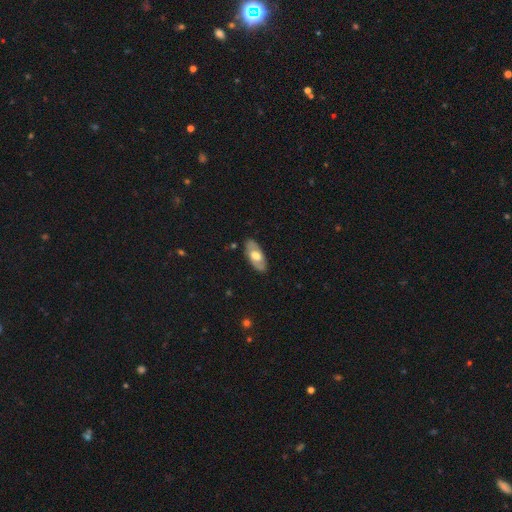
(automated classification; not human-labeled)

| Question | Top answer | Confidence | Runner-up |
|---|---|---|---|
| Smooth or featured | featured or disk | 47% | tied: smooth (47%) |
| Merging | none | 85% | minor disturbance (12%) |